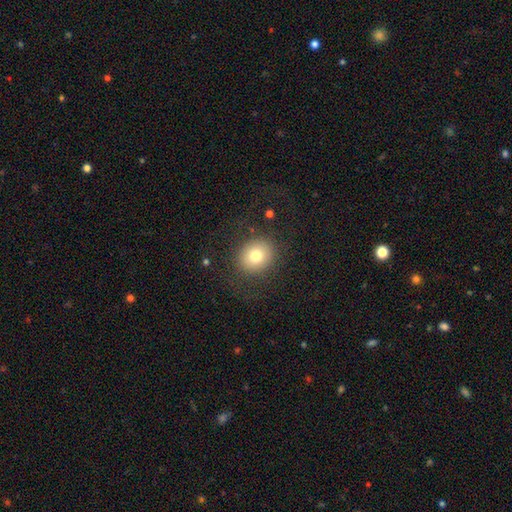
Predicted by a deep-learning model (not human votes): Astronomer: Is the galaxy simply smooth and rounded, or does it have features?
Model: smooth — 77%.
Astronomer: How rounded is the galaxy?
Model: round — 70%.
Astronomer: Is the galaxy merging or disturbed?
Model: none — 84%.